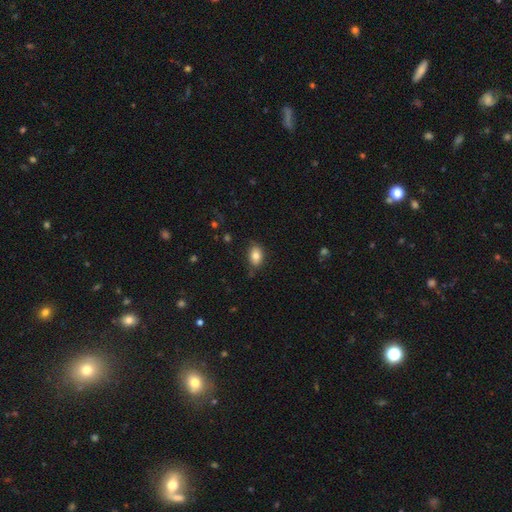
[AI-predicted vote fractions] This appears to be a smooth galaxy with no disk features (83%) that is in between round and cigar-shaped (84%). Merging: none (78%).